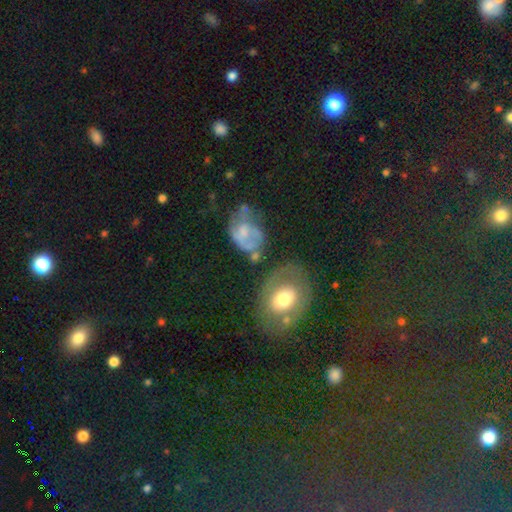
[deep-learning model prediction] Overall: featured or disk (47%; smooth 39%). Merging: none (40%; minor disturbance 24%).